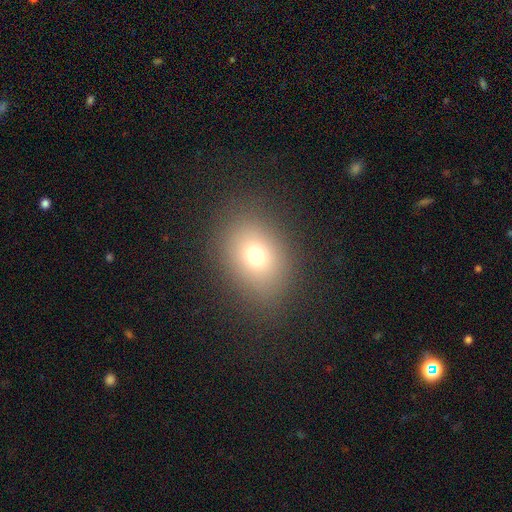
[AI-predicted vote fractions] A smooth galaxy with no disk features (70%) that is in between round and cigar-shaped (61%).

Vote fractions:
- Smooth or featured? smooth: 70% / star or artifact: 17% / featured or disk: 13%
- How rounded? in between: 61% / round: 38% / cigar-shaped: 1%
- Merging? none: 84% / minor disturbance: 10% / major disturbance: 5% / merger: 1%